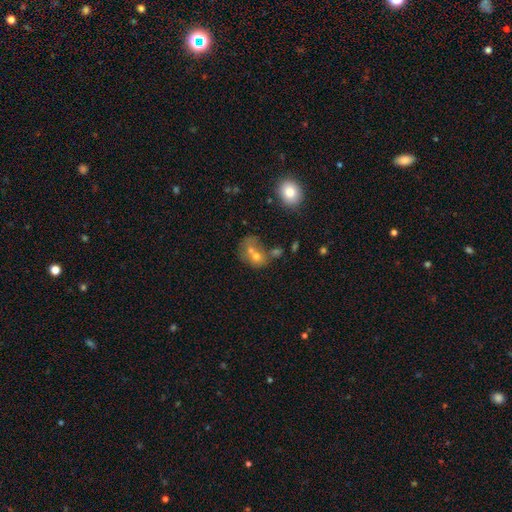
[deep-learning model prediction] smooth-or-featured: smooth: 59% | featured or disk: 25% | star or artifact: 16%
  how-rounded: round: 51% | in between: 47% | cigar-shaped: 2%
  merging: merger: 52% | none: 27% | minor disturbance: 11% | major disturbance: 9%